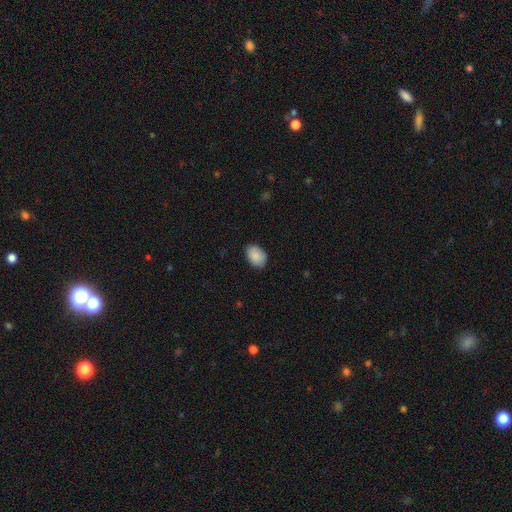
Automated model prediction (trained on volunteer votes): Smooth or featured? Predicted: smooth (p=0.90). How rounded? Predicted: in between (p=0.83). Merging? Predicted: none (p=0.85).